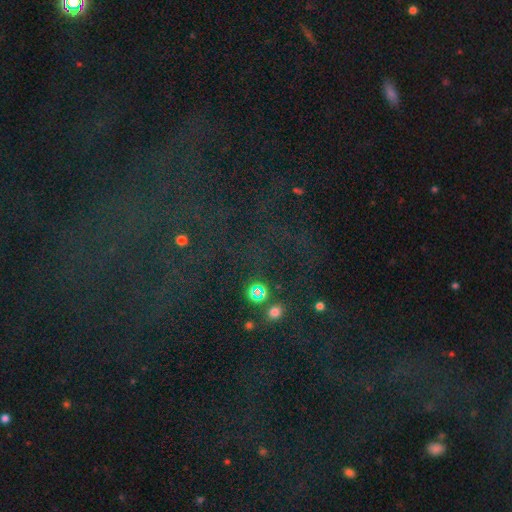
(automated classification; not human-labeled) smooth-or-featured: star or artifact: 77% | smooth: 12% | featured or disk: 10%